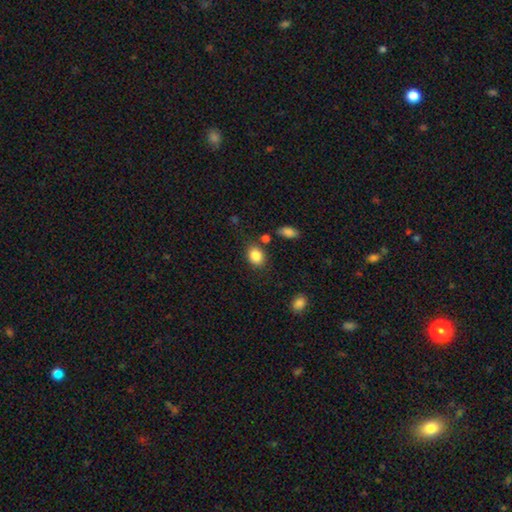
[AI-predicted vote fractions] Overall: smooth (85%). How rounded: in between (58%; round 41%). Merging: none (77%).